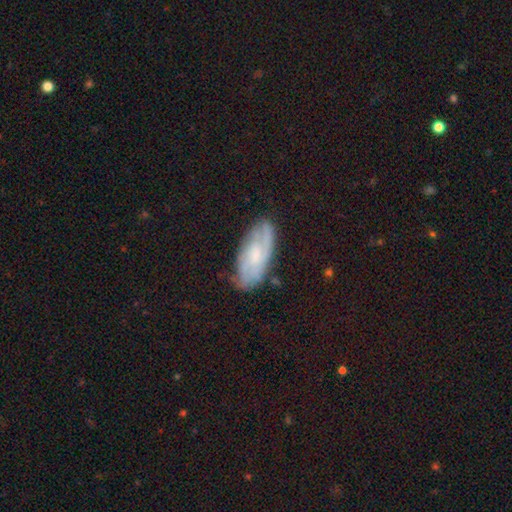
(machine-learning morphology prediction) A featured or disk galaxy (61%) with no bar (59%), spiral arms (83%) and a small central bulge (42%). Merging: none (74%).